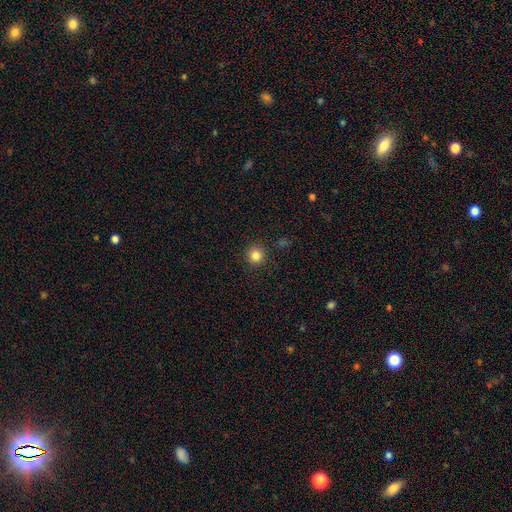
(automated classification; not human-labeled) smooth-or-featured: smooth: 84% | star or artifact: 12% | featured or disk: 5%
  how-rounded: round: 93% | in between: 6% | cigar-shaped: 1%
  merging: none: 91% | minor disturbance: 6% | major disturbance: 2% | merger: 1%